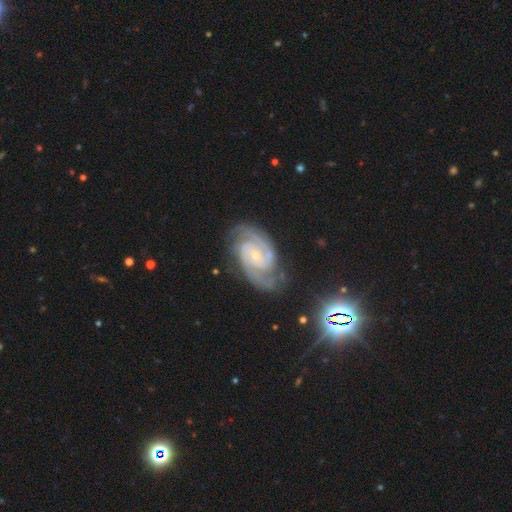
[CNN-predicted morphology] Overall: featured or disk (91%). Edge-on disk: no (97%). Bar: no (52%; weak 37%). Spiral arms: yes (98%). Spiral arm count: 2 (76%). Spiral winding: tight (57%; medium 38%). Bulge size: small (77%). Merging: none (76%).